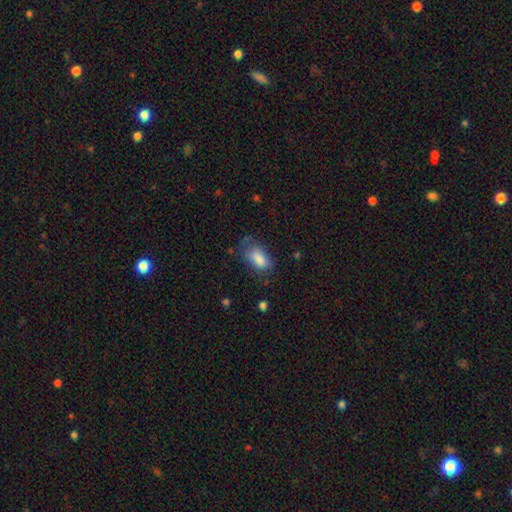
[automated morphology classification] type=smooth (79%); roundness=in between (89%); merging=none (56%).